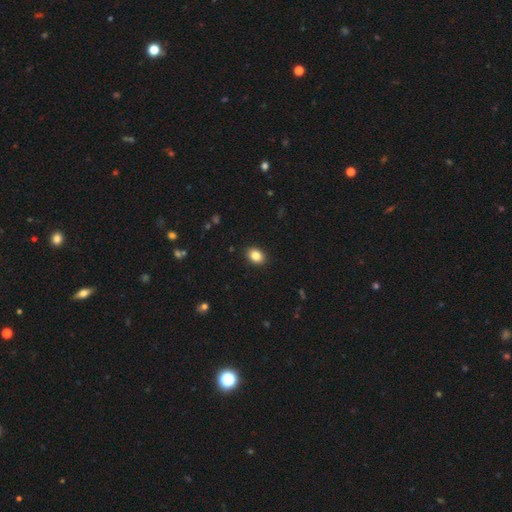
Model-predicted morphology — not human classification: Smooth or featured: smooth — 85% (star or artifact — 9%)
How rounded: in between — 60% (round — 39%)
Merging: none — 91% (minor disturbance — 6%)